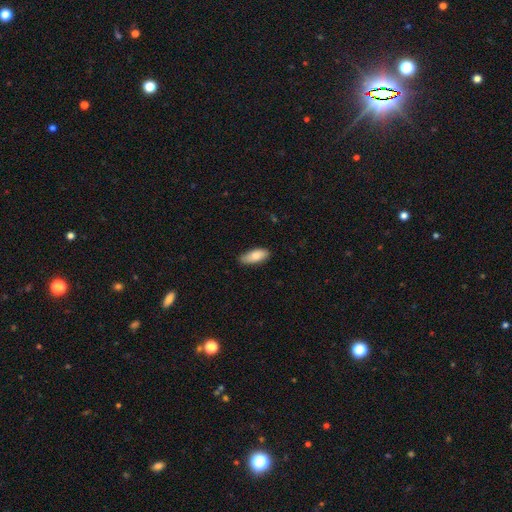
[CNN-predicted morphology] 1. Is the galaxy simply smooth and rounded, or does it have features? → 82% smooth, 12% featured or disk, 6% star or artifact.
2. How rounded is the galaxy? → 80% in between, 18% cigar-shaped, 2% round.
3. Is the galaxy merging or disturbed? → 82% none, 15% minor disturbance, 2% major disturbance, 1% merger.